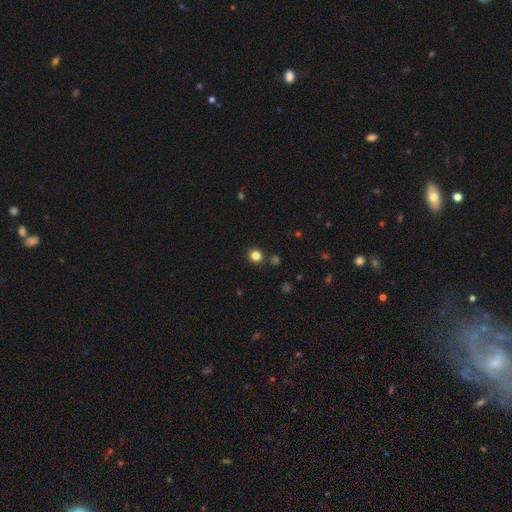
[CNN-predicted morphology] This is clearly a smooth galaxy (82%). How rounded: clearly round (83%). Merging: clearly none (86%).